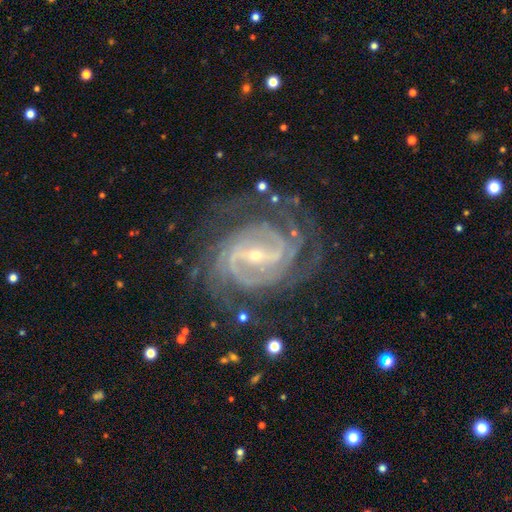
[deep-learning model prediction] Smooth or featured? featured or disk (92%)
Edge-on disk? no (97%)
Bar? strong (55%)
Spiral arms? yes (98%)
Spiral winding? tight (61%)
Spiral arm count? 2 (26%)
Bulge size? small (77%)
Merging? none (71%)